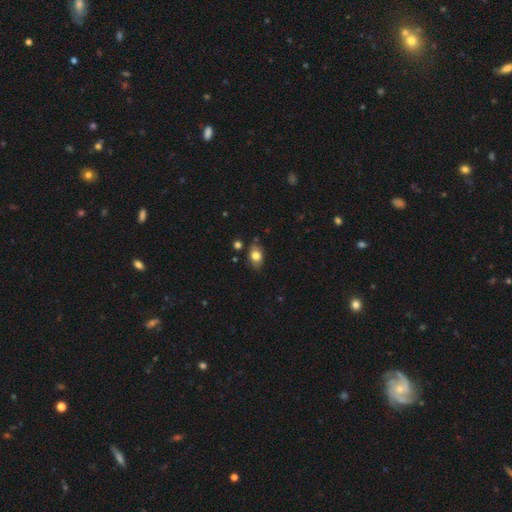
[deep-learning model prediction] smooth 79%, featured or disk 13%, star or artifact 9%. Down the decision tree: how rounded — in between (79%); merging — none (74%).